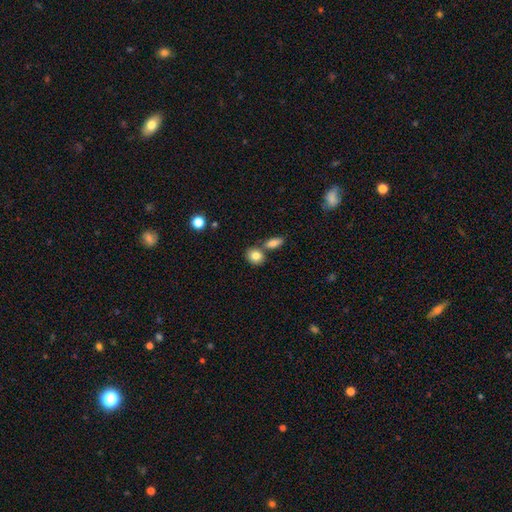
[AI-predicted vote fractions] A smooth galaxy with no disk features (83%) that is round (60%).

Vote fractions:
- Smooth or featured? smooth: 83% / featured or disk: 9% / star or artifact: 8%
- How rounded? round: 60% / in between: 38% / cigar-shaped: 2%
- Merging? none: 61% / merger: 26% / minor disturbance: 10% / major disturbance: 3%